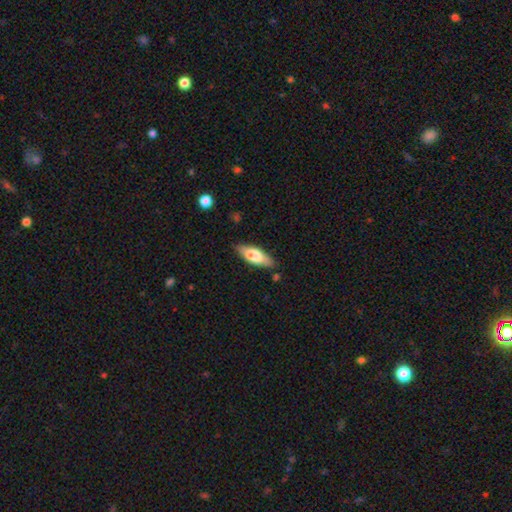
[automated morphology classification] smooth_or_featured: smooth (p=0.70) [alt: featured or disk p=0.24]
how_rounded: in between (p=0.67) [alt: cigar-shaped p=0.31]
merging: none (p=0.80) [alt: minor disturbance p=0.14]